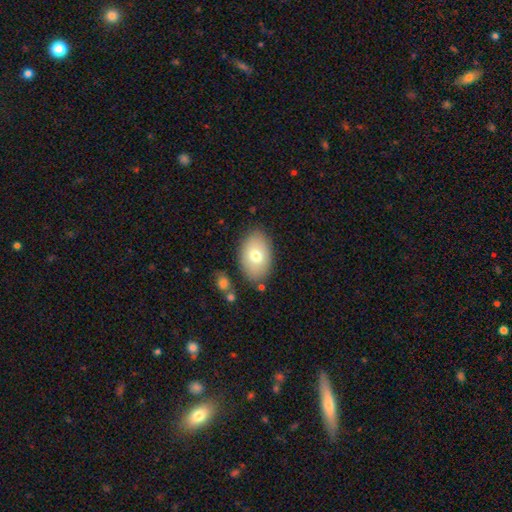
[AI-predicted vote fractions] Smooth or featured: smooth — 73% (featured or disk — 19%)
How rounded: in between — 89% (round — 10%)
Merging: none — 83% (minor disturbance — 11%)